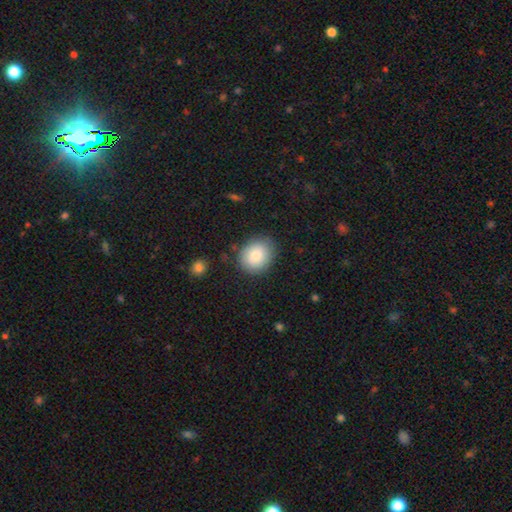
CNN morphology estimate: This appears to be a smooth galaxy with no disk features (82%) that is round (62%). Merging: none (82%).